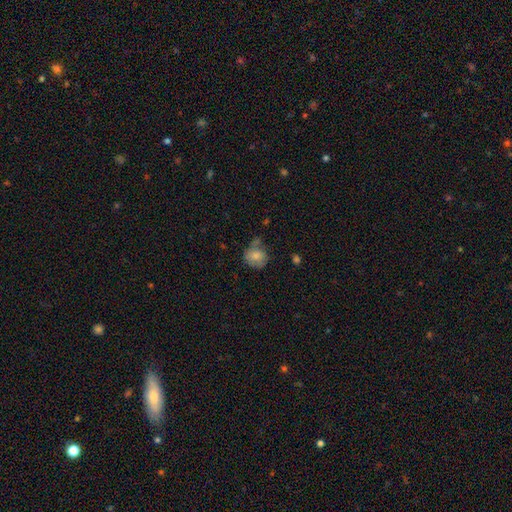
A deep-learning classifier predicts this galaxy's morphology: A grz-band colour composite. It shows a smooth galaxy with no disk features (75%) that is round (70%). Merging: none (47%).